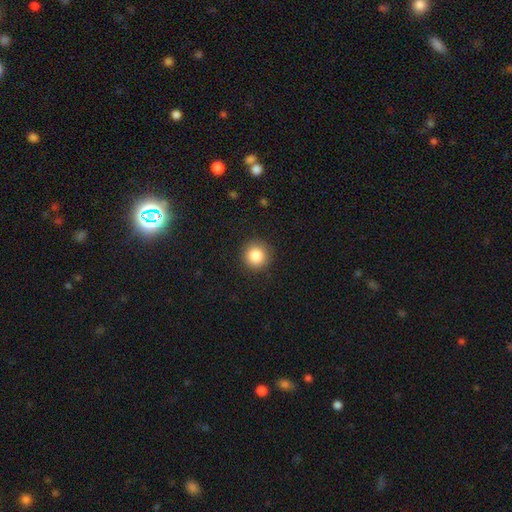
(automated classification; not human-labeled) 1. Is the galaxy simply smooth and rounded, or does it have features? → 85% smooth, 10% star or artifact, 5% featured or disk.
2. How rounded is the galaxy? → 95% round, 4% in between, 1% cigar-shaped.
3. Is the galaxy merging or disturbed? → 91% none, 6% minor disturbance, 2% major disturbance, 1% merger.